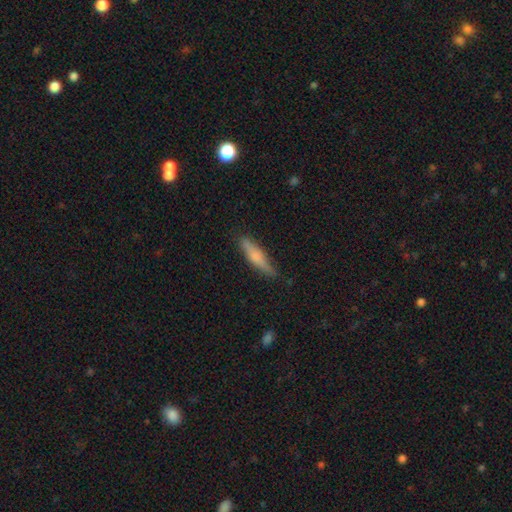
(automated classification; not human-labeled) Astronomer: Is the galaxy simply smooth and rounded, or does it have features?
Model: smooth — 58% (runner-up: featured or disk, 36%).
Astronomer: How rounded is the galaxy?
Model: cigar-shaped — 82%.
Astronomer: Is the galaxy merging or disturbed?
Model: none — 81%.